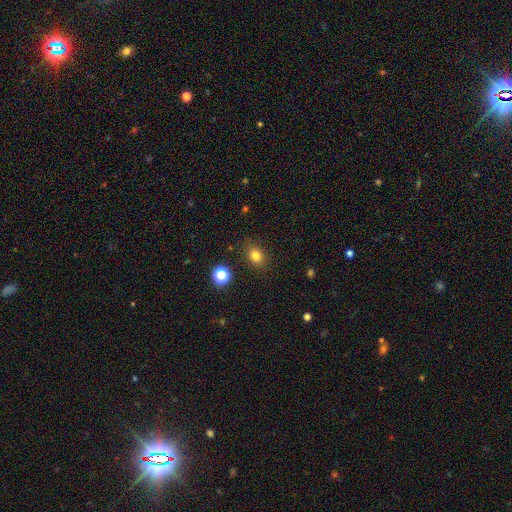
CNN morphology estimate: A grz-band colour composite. It shows a smooth galaxy with no disk features (80%) that is in between round and cigar-shaped (53%). Merging: none (85%).